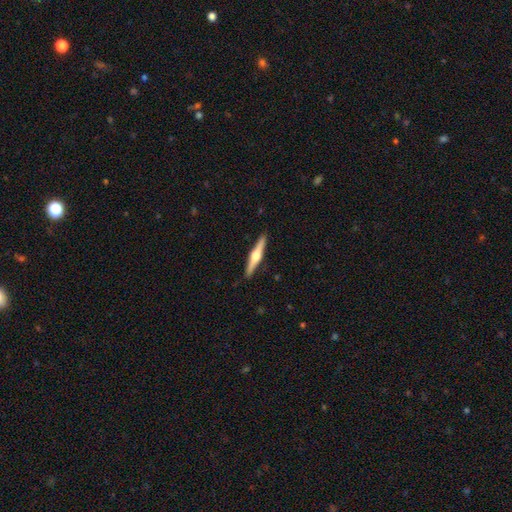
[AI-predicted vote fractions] The model was most divided on "smooth or featured": featured or disk: 74%, smooth: 21%, star or artifact: 5%. More confident: edge-on disk — yes (98%); edge-on bulge — rounded (92%); merging — none (91%).